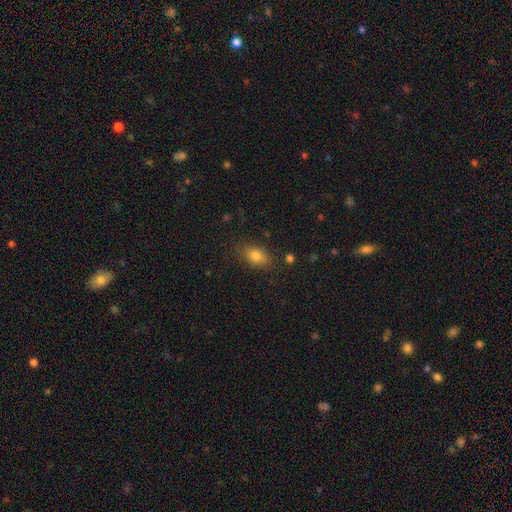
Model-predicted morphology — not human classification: Smooth or featured? Predicted: smooth (p=0.81). How rounded? Predicted: in between (p=0.80). Merging? Predicted: none (p=0.80).